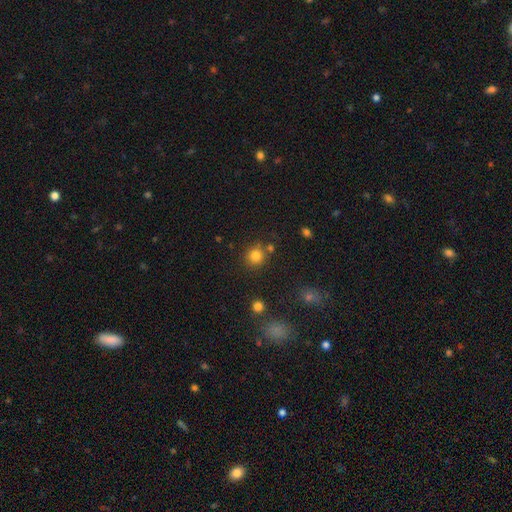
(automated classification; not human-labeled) Smooth or featured: smooth — 81% (star or artifact — 13%)
How rounded: round — 89% (in between — 10%)
Merging: none — 78% (minor disturbance — 10%)